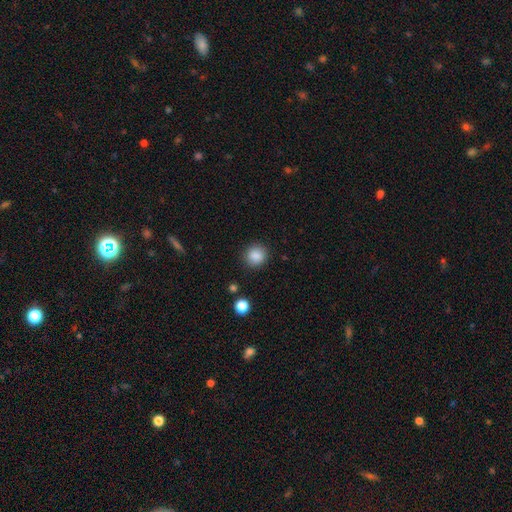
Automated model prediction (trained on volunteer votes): smooth_or_featured: smooth (p=0.87) [alt: star or artifact p=0.09]
how_rounded: round (p=0.88) [alt: in between p=0.11]
merging: none (p=0.89) [alt: minor disturbance p=0.07]